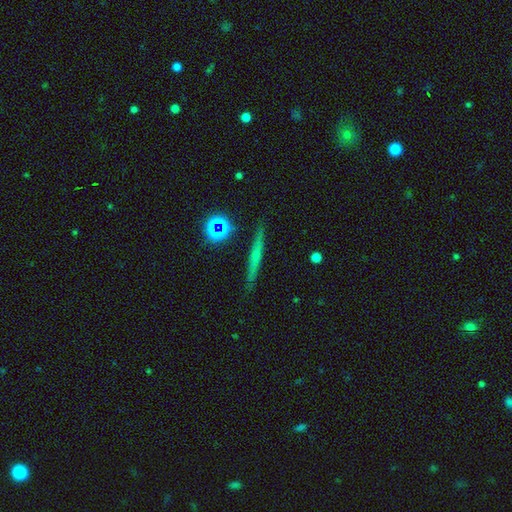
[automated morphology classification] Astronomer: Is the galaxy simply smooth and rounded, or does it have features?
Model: featured or disk — 44% (runner-up: smooth, 42%).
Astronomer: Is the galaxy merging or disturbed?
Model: none — 88%.